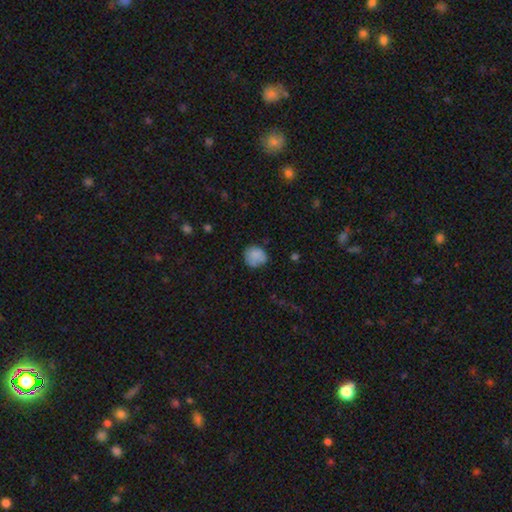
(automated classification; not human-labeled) A smooth galaxy with no disk features (82%) that is round (78%). Merging: none (65%).